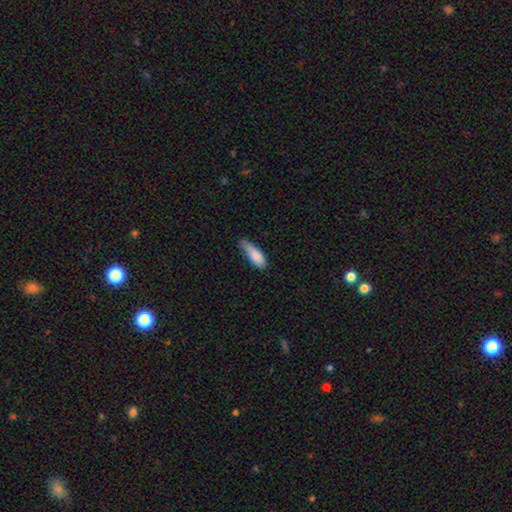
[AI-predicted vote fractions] smooth_or_featured: smooth (p=0.84) [alt: featured or disk p=0.09]
how_rounded: in between (p=0.59) [alt: cigar-shaped p=0.38]
merging: minor disturbance (p=0.47) [alt: none p=0.40]